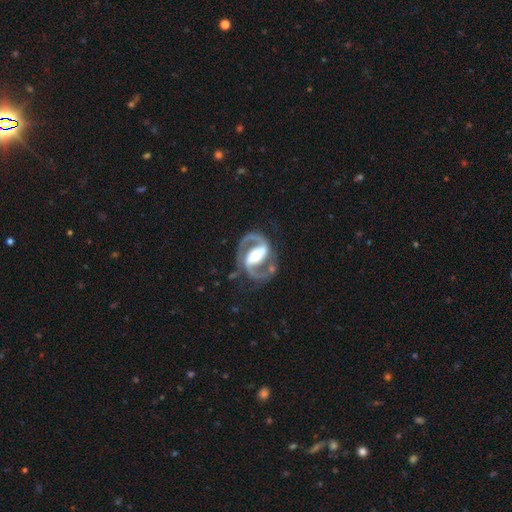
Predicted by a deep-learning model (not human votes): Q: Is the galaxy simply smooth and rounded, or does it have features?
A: featured or disk — 93%.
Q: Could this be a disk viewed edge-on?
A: no — 98%.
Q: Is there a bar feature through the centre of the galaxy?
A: strong — 61%.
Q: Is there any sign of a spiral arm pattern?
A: yes — 98%.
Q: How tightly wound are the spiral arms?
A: medium — 64%.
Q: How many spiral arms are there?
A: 2 — 94%.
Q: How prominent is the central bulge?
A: moderate — 64%.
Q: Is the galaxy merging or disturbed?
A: none — 79%.